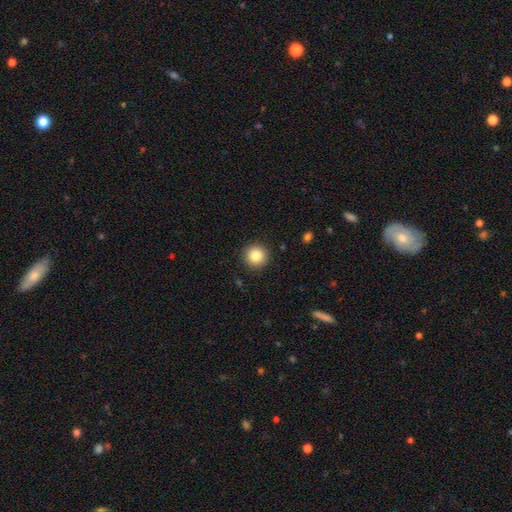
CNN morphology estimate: smooth_or_featured: smooth (p=0.85) [alt: star or artifact p=0.09]
how_rounded: round (p=0.95) [alt: in between p=0.04]
merging: none (p=0.91) [alt: minor disturbance p=0.06]